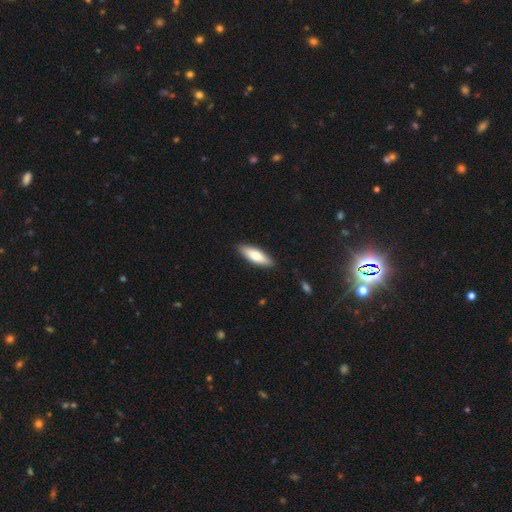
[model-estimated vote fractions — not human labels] This appears to be a smooth galaxy with no disk features (75%) that is in between round and cigar-shaped (56%). Merging: none (89%).